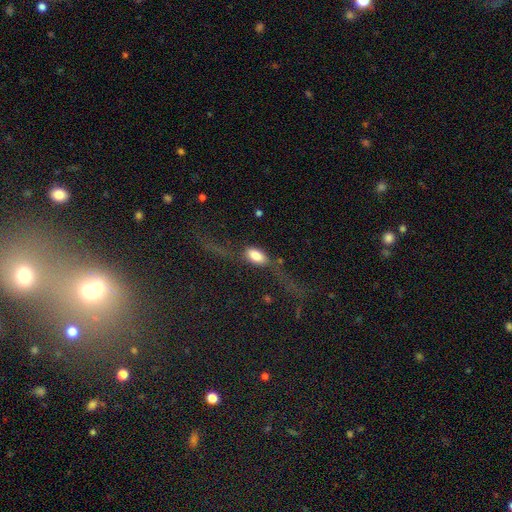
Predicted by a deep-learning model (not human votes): smooth_or_featured: smooth (p=0.66) [alt: featured or disk p=0.25]
how_rounded: in between (p=0.88) [alt: cigar-shaped p=0.07]
merging: none (p=0.44) [alt: major disturbance p=0.32]